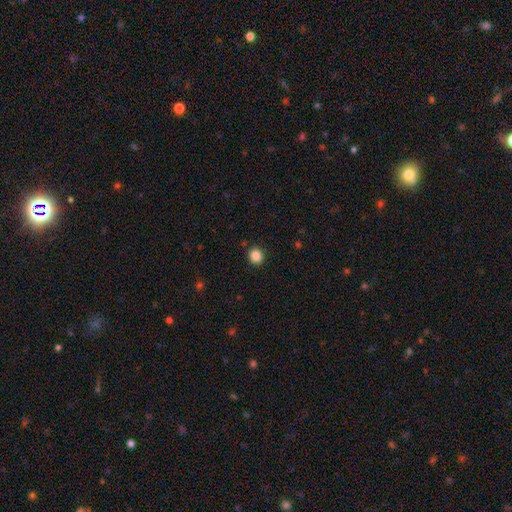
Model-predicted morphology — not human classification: Q: Smooth or featured?
A: smooth (86%); runner-up: star or artifact (11%)
Q: How rounded?
A: round (82%); runner-up: in between (17%)
Q: Merging?
A: none (90%); runner-up: minor disturbance (7%)